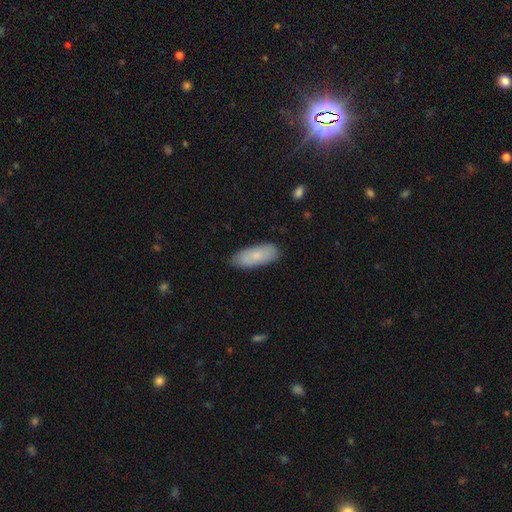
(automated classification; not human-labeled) A smooth galaxy with no disk features (79%) that is in between round and cigar-shaped (79%). Merging: none (83%).